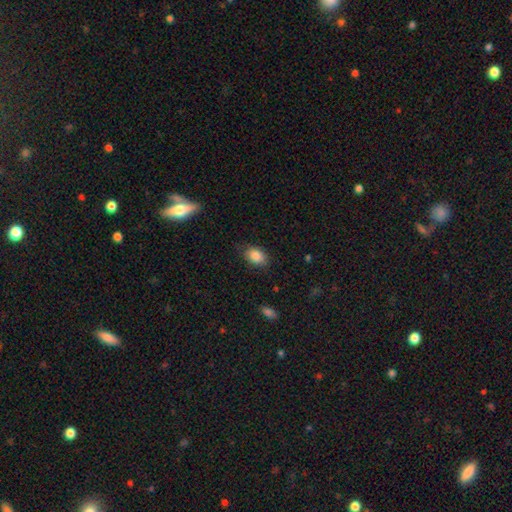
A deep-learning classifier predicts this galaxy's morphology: smooth-or-featured: smooth: 87% | star or artifact: 8% | featured or disk: 6%
  how-rounded: in between: 84% | round: 14% | cigar-shaped: 1%
  merging: none: 79% | minor disturbance: 16% | major disturbance: 4% | merger: 1%